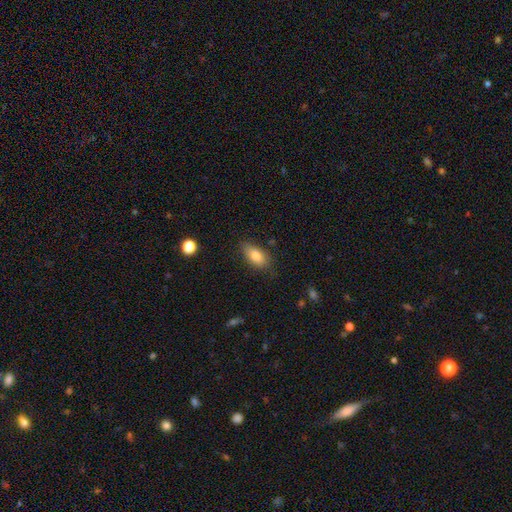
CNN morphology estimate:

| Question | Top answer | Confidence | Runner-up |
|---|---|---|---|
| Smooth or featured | smooth | 80% | featured or disk (12%) |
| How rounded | in between | 87% | cigar-shaped (7%) |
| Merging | none | 75% | minor disturbance (19%) |